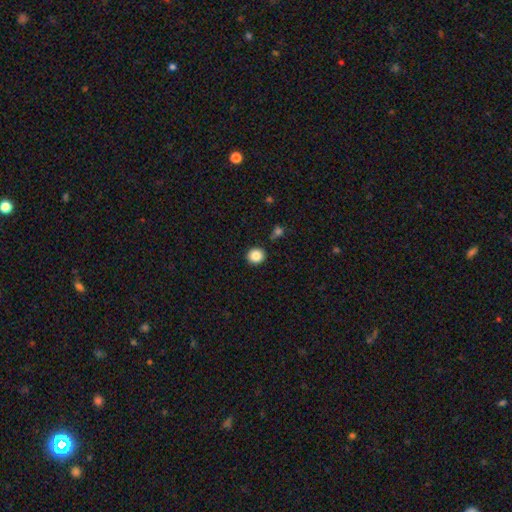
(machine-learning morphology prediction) A smooth galaxy with no disk features (85%) that is round (86%). Merging: none (88%).